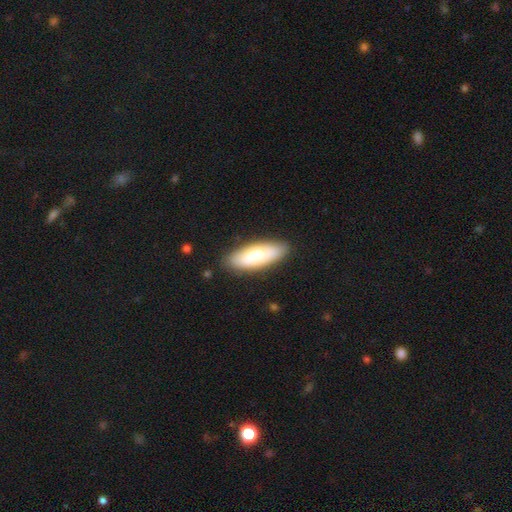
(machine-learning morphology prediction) Q: Smooth or featured?
A: smooth (75%); runner-up: featured or disk (20%)
Q: How rounded?
A: in between (66%); runner-up: cigar-shaped (32%)
Q: Merging?
A: none (85%); runner-up: minor disturbance (11%)